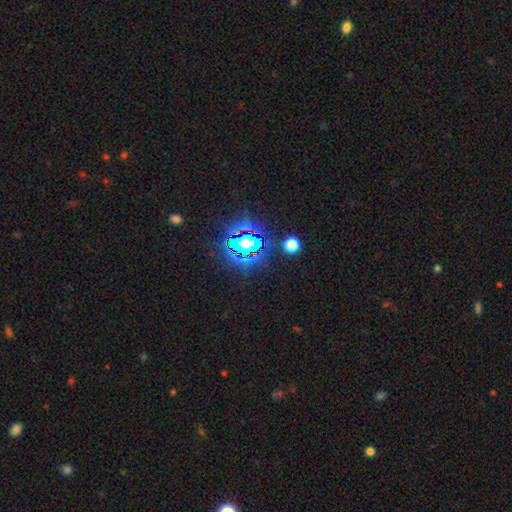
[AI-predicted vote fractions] star or artifact 82%, smooth 11%, featured or disk 7%.